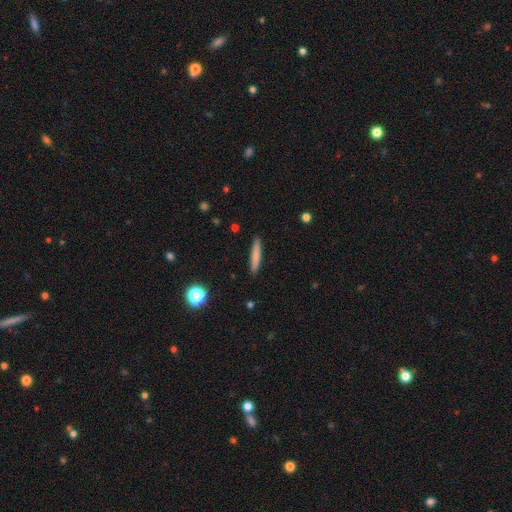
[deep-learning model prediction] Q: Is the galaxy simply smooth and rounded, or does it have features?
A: smooth — 77%.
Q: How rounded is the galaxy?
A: cigar-shaped — 93%.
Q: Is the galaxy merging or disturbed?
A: none — 91%.